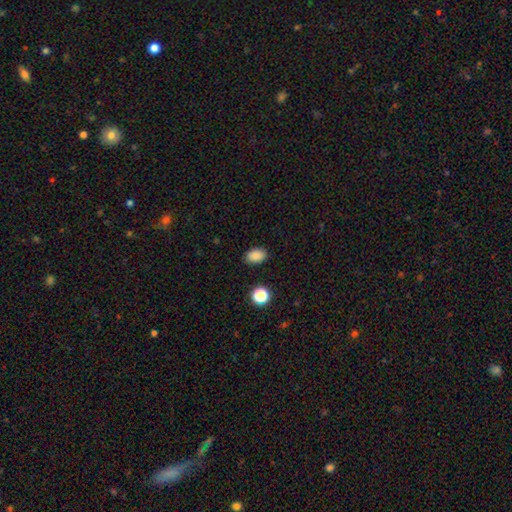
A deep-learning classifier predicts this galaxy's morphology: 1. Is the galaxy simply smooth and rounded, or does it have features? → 86% smooth, 10% star or artifact, 3% featured or disk.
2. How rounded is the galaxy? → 84% in between, 15% round, 1% cigar-shaped.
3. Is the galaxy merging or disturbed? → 87% none, 9% minor disturbance, 2% major disturbance, 1% merger.